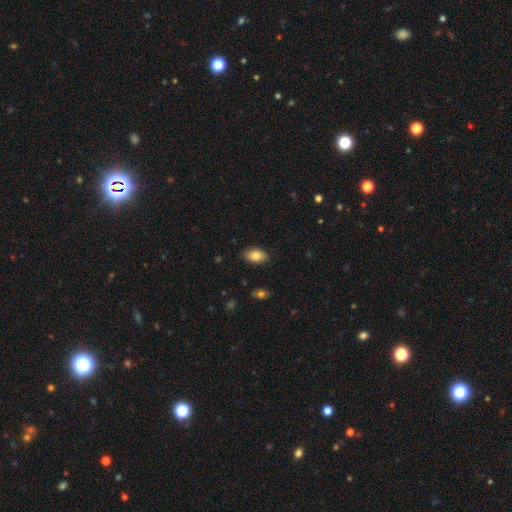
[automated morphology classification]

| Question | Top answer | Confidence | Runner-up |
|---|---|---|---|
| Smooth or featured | smooth | 83% | featured or disk (9%) |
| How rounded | in between | 91% | round (7%) |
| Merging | none | 85% | minor disturbance (12%) |